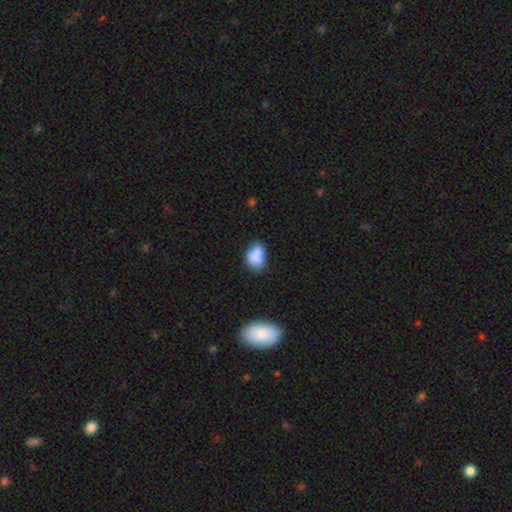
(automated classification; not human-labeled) A smooth galaxy with no disk features (82%) that is in between round and cigar-shaped (74%).

Vote fractions:
- Smooth or featured? smooth: 82% / star or artifact: 9% / featured or disk: 9%
- How rounded? in between: 74% / round: 24% / cigar-shaped: 1%
- Merging? none: 50% / minor disturbance: 31% / merger: 11% / major disturbance: 8%